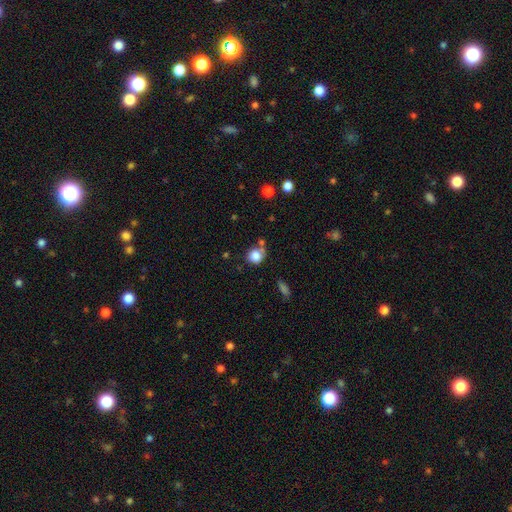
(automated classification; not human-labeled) smooth 82%, star or artifact 10%, featured or disk 7%. Down the decision tree: how rounded — round (80%); merging — none (57%).